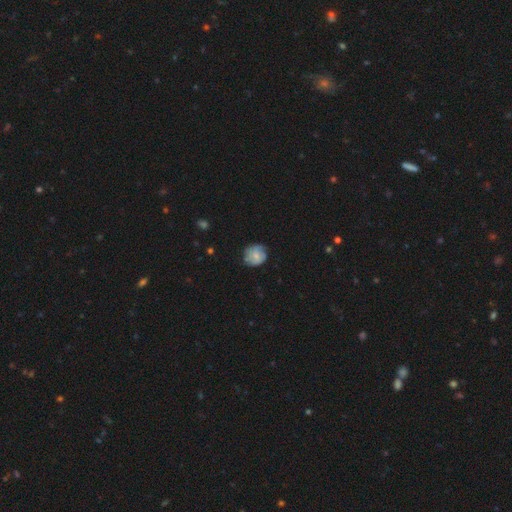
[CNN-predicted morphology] smooth 63%, featured or disk 29%, star or artifact 8%. Down the decision tree: how rounded — round (86%); merging — none (71%).